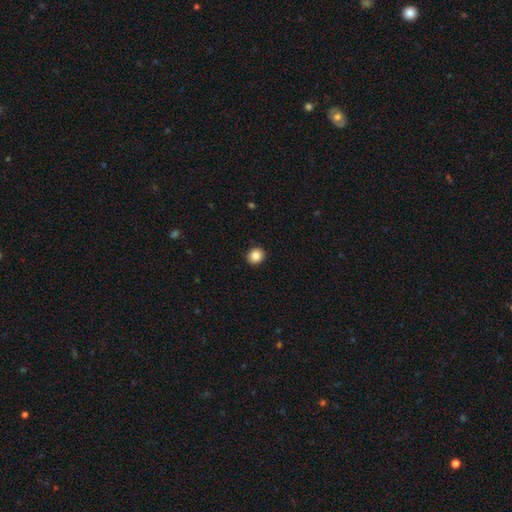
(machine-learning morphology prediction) This is clearly a smooth galaxy (85%). How rounded: clearly round (82%). Merging: clearly none (91%).